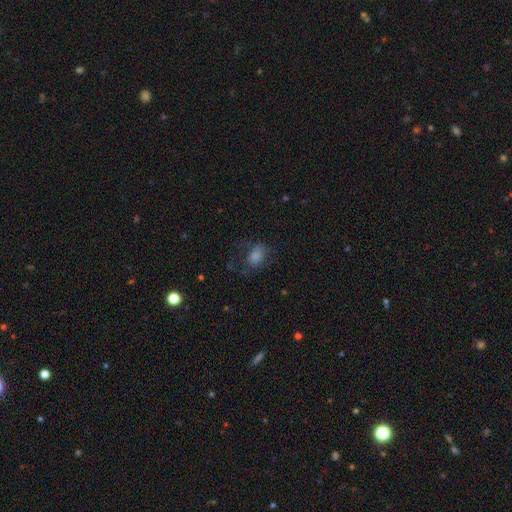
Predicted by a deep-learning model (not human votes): smooth_or_featured: smooth (p=0.56) [alt: star or artifact p=0.22]
how_rounded: in between (p=0.69) [alt: round p=0.29]
merging: none (p=0.55) [alt: major disturbance p=0.23]